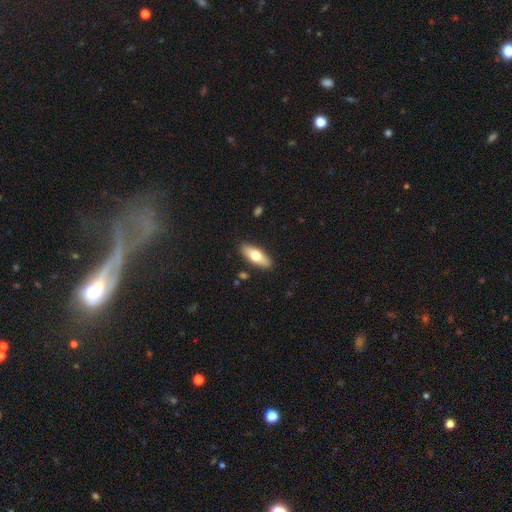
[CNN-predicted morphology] type=smooth (63%); roundness=in between (69%); merging=none (88%).